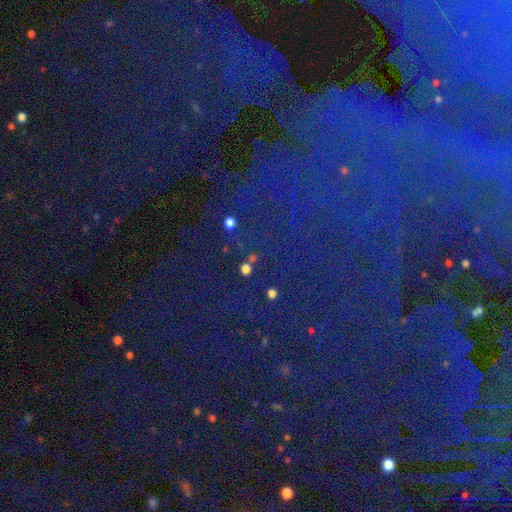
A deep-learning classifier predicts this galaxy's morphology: Overall: star or artifact (83%).